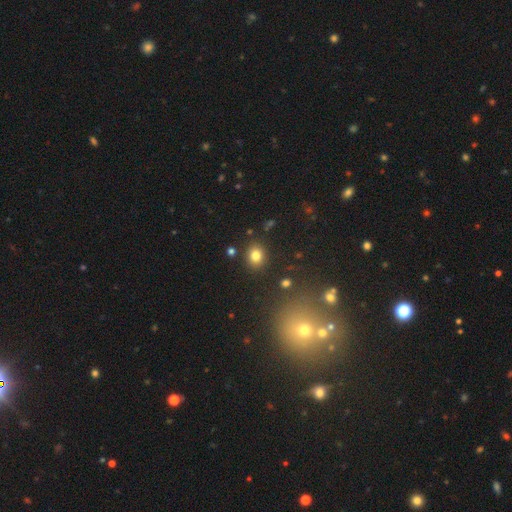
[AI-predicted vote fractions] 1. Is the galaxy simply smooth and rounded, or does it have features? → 81% smooth, 12% star or artifact, 7% featured or disk.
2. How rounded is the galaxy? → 60% round, 39% in between, 1% cigar-shaped.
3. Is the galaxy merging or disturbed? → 86% none, 8% minor disturbance, 3% merger, 3% major disturbance.